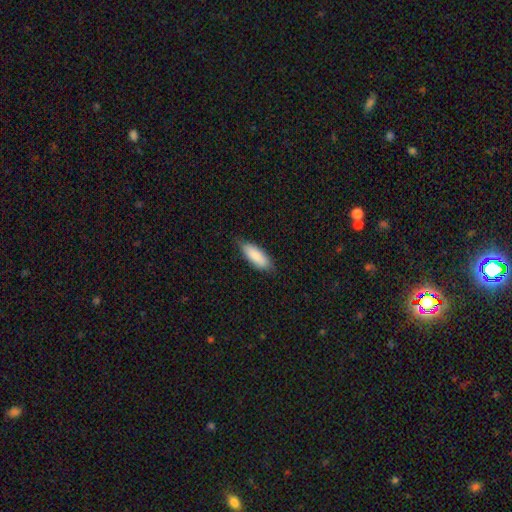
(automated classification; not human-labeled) A smooth galaxy with no disk features (87%) that is in between round and cigar-shaped (70%).

Vote fractions:
- Smooth or featured? smooth: 87% / featured or disk: 7% / star or artifact: 6%
- How rounded? in between: 70% / cigar-shaped: 28% / round: 2%
- Merging? none: 76% / minor disturbance: 20% / major disturbance: 3% / merger: 1%